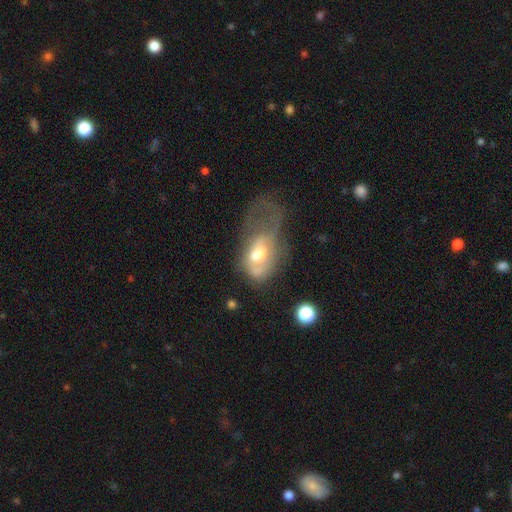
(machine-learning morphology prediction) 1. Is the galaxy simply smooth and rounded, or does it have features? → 50% featured or disk, 40% smooth, 10% star or artifact.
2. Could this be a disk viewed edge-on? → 93% no, 7% yes.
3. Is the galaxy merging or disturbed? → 56% major disturbance, 19% minor disturbance, 15% none, 10% merger.